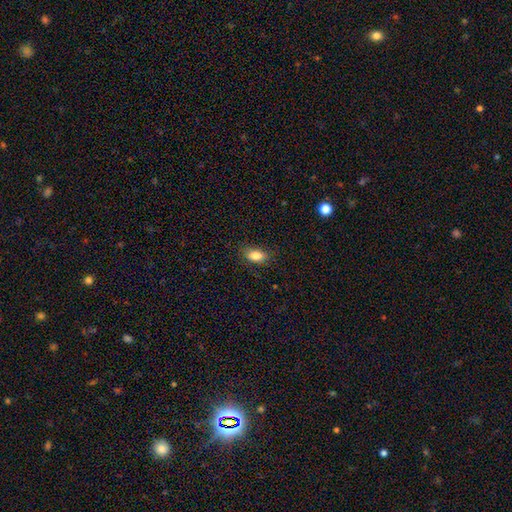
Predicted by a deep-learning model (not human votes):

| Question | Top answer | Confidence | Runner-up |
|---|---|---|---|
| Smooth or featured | smooth | 85% | star or artifact (9%) |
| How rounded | in between | 87% | round (7%) |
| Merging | none | 83% | minor disturbance (13%) |